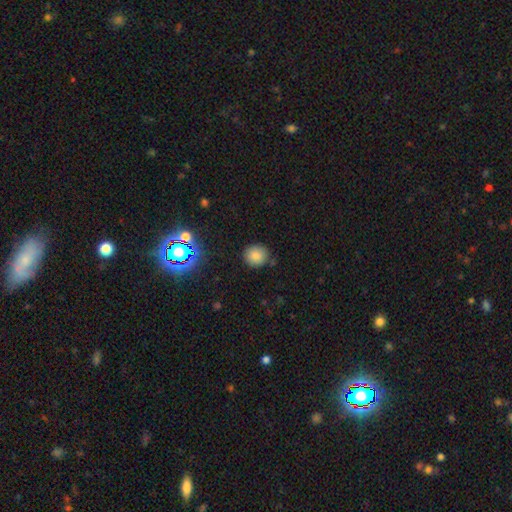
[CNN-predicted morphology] Smooth or featured? Predicted: smooth (p=0.80). How rounded? Predicted: round (p=0.86). Merging? Predicted: none (p=0.85).